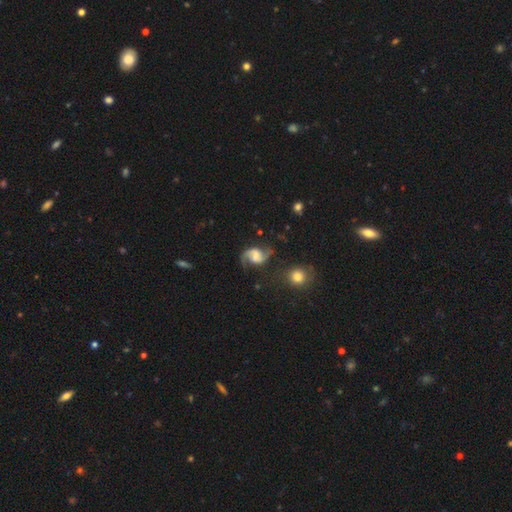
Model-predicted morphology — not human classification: This is clearly a featured or disk galaxy (87%). It is clearly not viewed edge-on (98%). Bar: possibly weak (48%). Spiral arm pattern: clearly yes (97%). Spiral arm count: clearly 2 (92%). Spiral winding: possibly medium (45%, tied with loose). Central bulge: marginally moderate (39%). Merging: likely none (70%).